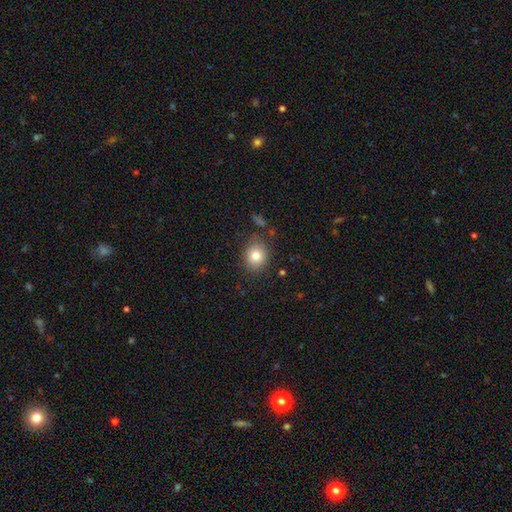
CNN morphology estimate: smooth 81%, star or artifact 10%, featured or disk 9%. Down the decision tree: how rounded — round (71%); merging — none (83%).